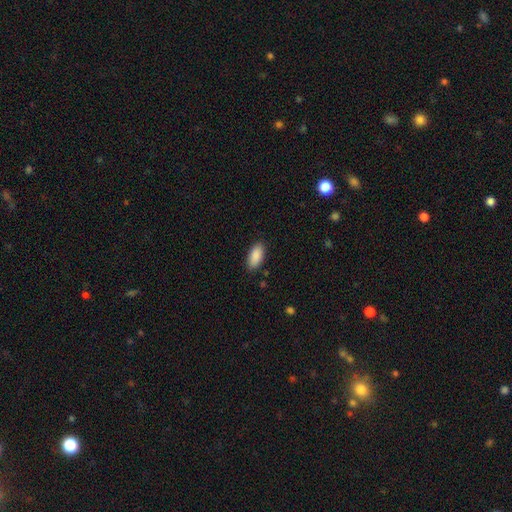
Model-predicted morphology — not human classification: This appears to be a smooth galaxy with no disk features (90%) that is in between round and cigar-shaped (91%). Merging: none (87%).